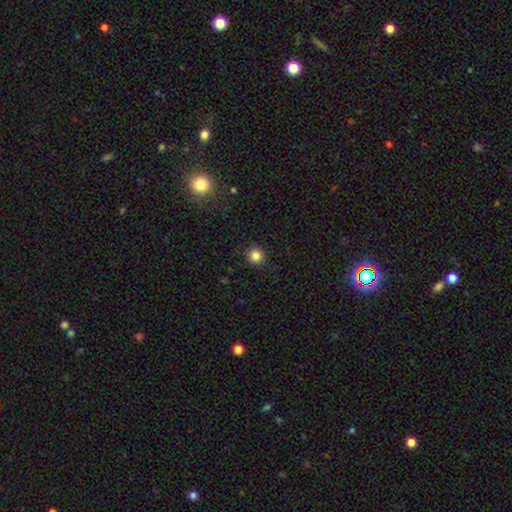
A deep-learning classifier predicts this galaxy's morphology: The model was most divided on "smooth or featured": smooth: 84%, star or artifact: 12%, featured or disk: 4%. More confident: how rounded — round (95%); merging — none (91%).